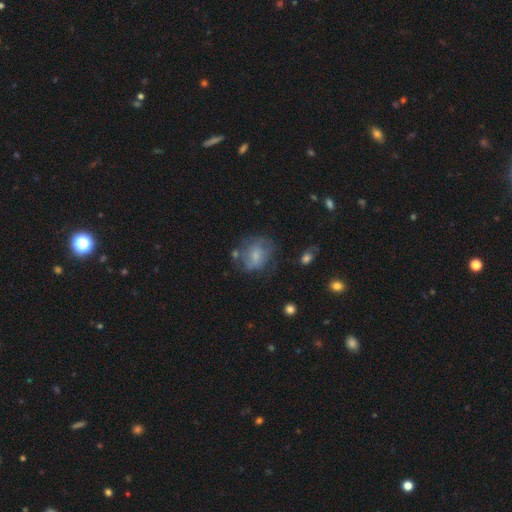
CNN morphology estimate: This appears to be a smooth galaxy with no disk features (48%). Merging: none (50%).